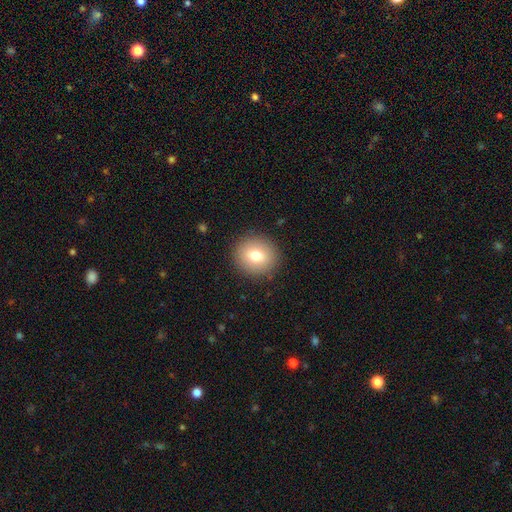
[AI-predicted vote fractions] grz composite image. It shows a smooth galaxy with no disk features (76%) that is round (86%). Merging: none (89%).